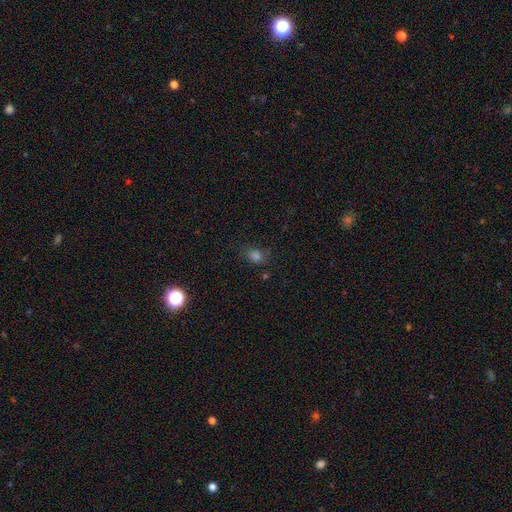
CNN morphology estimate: Smooth or featured?
  - smooth: 74% *
  - star or artifact: 20%
  - featured or disk: 6%
How rounded?
  - round: 50% *
  - in between: 49%
  - cigar-shaped: 1%
Merging?
  - none: 76% *
  - minor disturbance: 16%
  - major disturbance: 5%
  - merger: 3%